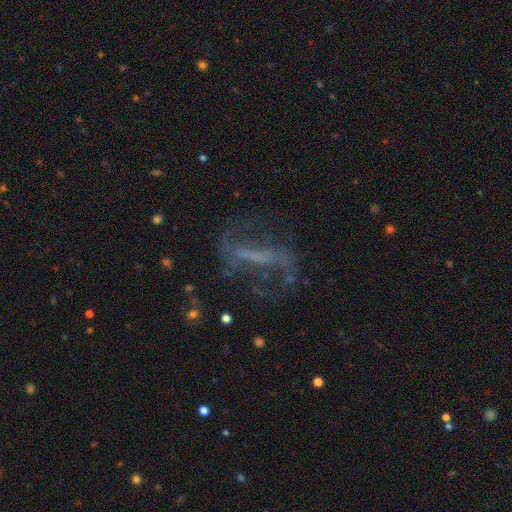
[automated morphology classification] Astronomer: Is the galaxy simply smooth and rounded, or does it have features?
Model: featured or disk — 69%.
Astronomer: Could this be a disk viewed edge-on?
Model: no — 84%.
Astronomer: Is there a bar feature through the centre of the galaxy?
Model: strong — 63%.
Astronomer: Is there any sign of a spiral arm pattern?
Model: yes — 73%.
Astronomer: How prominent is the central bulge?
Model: none — 61%.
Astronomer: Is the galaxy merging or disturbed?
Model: none — 60%.